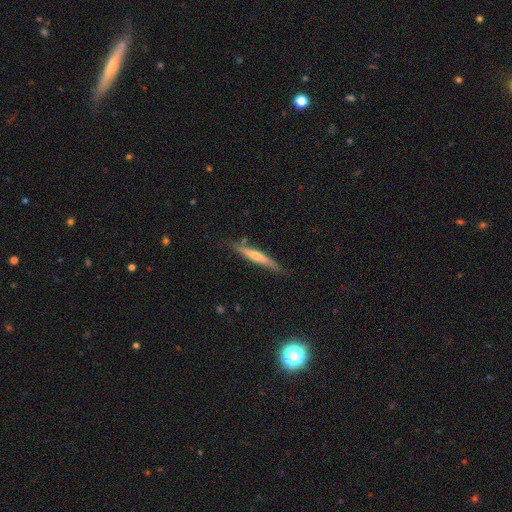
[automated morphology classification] This appears to be a featured or disk galaxy (56%) viewed edge-on (94%) with a rounded central bulge (58%). Merging: none (82%).